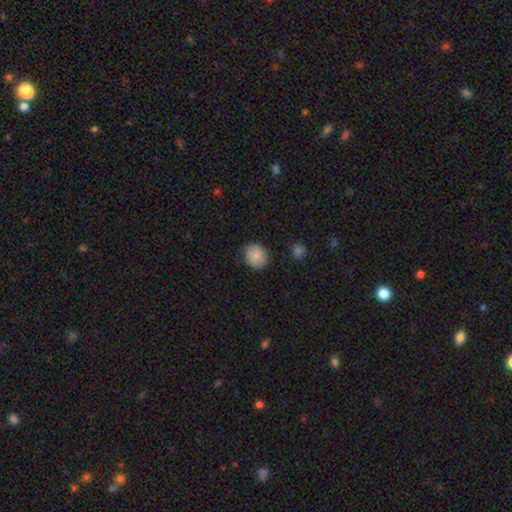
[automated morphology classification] Smooth or featured?
  - smooth: 81% *
  - featured or disk: 11%
  - star or artifact: 8%
How rounded?
  - round: 71% *
  - in between: 29%
  - cigar-shaped: 1%
Merging?
  - none: 83% *
  - minor disturbance: 12%
  - major disturbance: 3%
  - merger: 2%